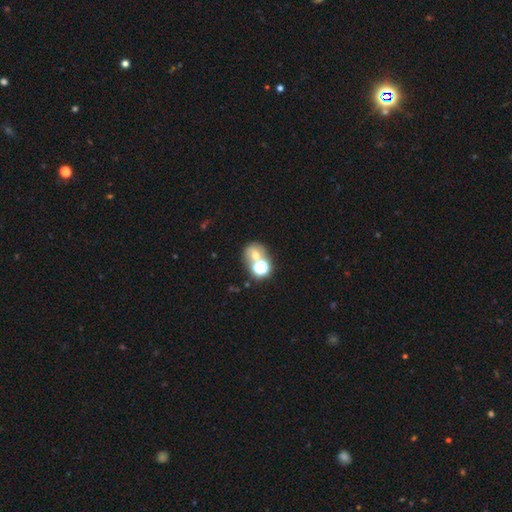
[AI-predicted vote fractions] Smooth or featured? Predicted: smooth (p=0.48). Merging? Predicted: merger (p=0.42).